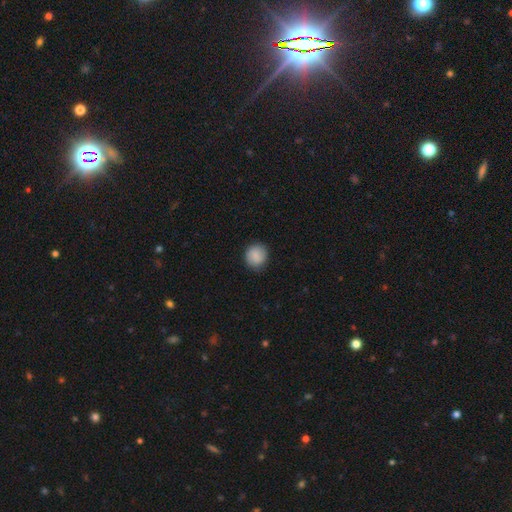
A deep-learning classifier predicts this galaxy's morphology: A smooth galaxy with no disk features (85%) that is round (87%). Merging: none (87%).